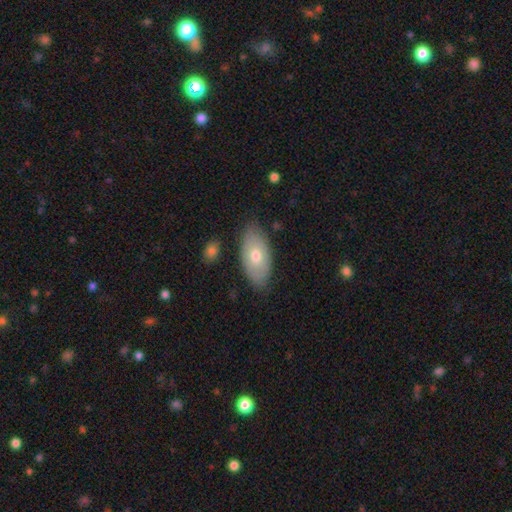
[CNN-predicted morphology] smooth 65%, featured or disk 29%, star or artifact 6%. Down the decision tree: how rounded — in between (94%); merging — none (81%).